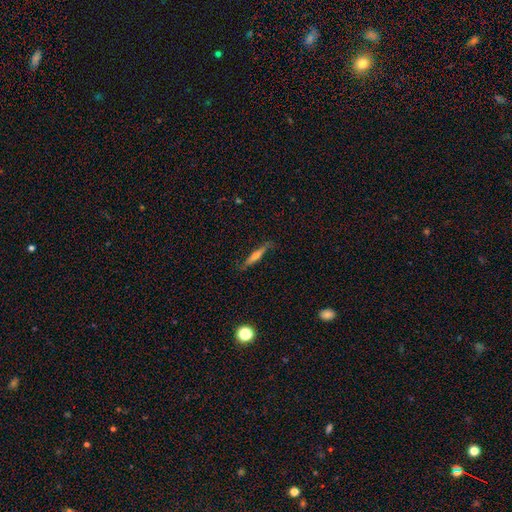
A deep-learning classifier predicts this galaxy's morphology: Overall: featured or disk (54%; smooth 39%). Edge-on disk: yes (92%). Merging: none (81%).